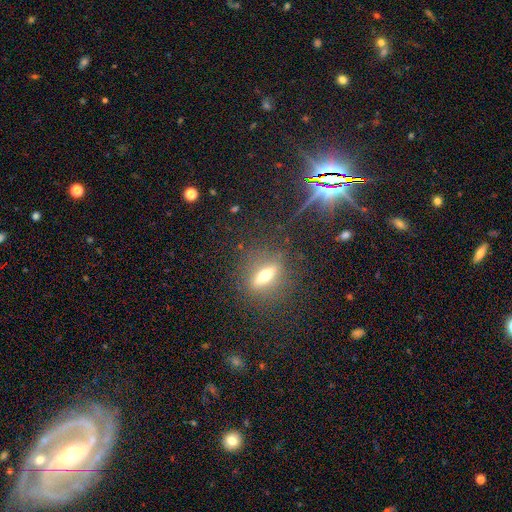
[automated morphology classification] star or artifact 41%, featured or disk 32%, smooth 27%.